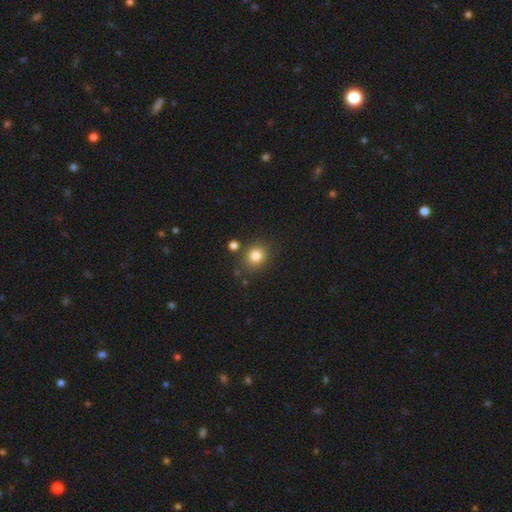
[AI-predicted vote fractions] Overall: smooth (82%). How rounded: round (68%; in between 31%). Merging: none (79%).